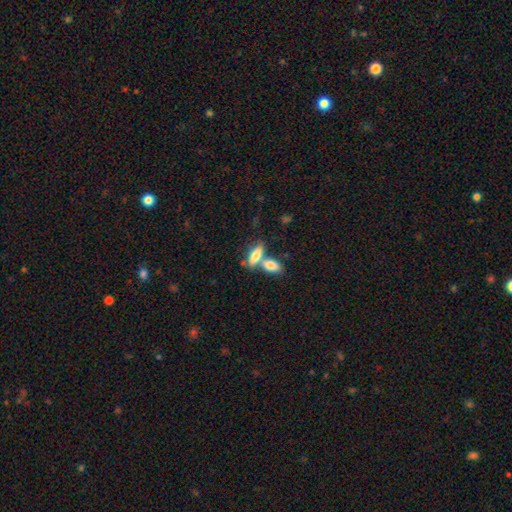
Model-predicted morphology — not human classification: A smooth galaxy with no disk features (77%) that is in between round and cigar-shaped (72%). Merging: merger (51%).